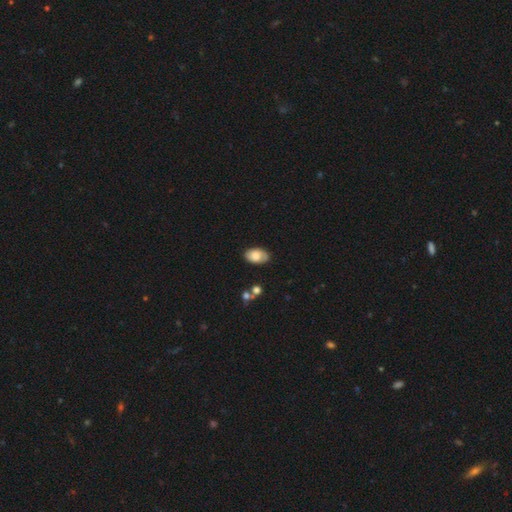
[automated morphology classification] smooth_or_featured: smooth (p=0.73) [alt: featured or disk p=0.19]
how_rounded: in between (p=0.92) [alt: round p=0.06]
merging: none (p=0.71) [alt: minor disturbance p=0.21]